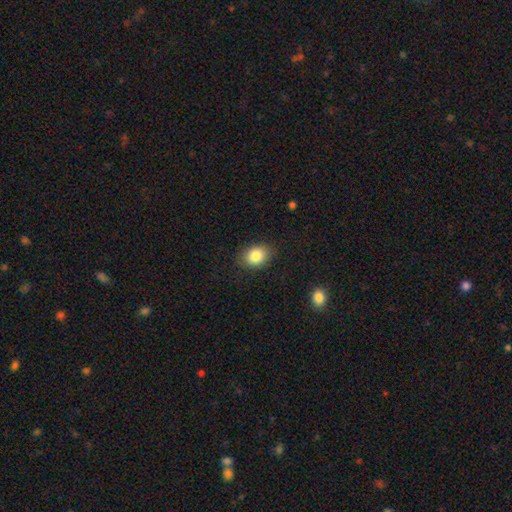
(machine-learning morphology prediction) smooth 85%, star or artifact 8%, featured or disk 7%. Down the decision tree: how rounded — in between (64%); merging — none (85%).